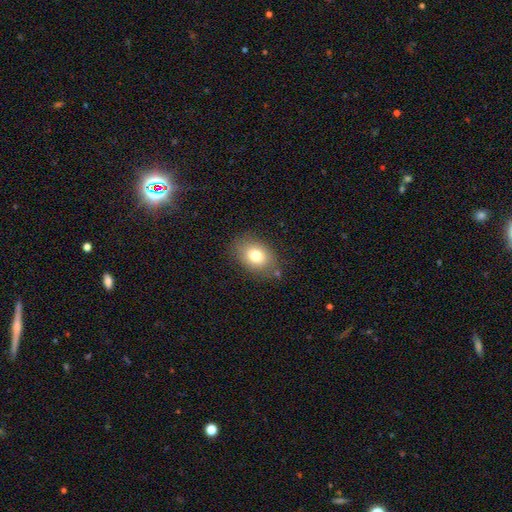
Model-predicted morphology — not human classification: smooth 76%, featured or disk 14%, star or artifact 10%. Down the decision tree: how rounded — in between (72%); merging — none (77%).